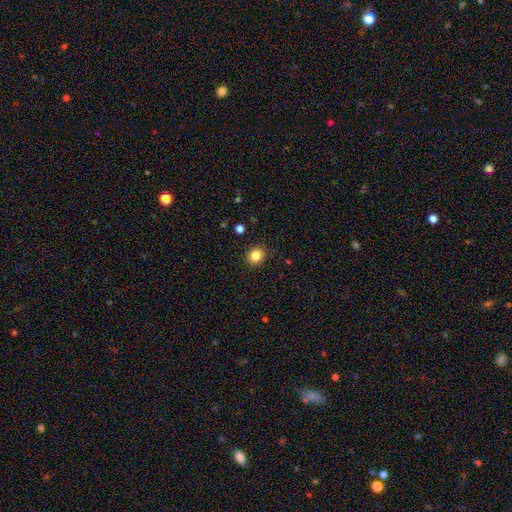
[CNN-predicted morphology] Smooth or featured?
  - smooth: 85% *
  - star or artifact: 11%
  - featured or disk: 5%
How rounded?
  - round: 72% *
  - in between: 27%
  - cigar-shaped: 1%
Merging?
  - none: 90% *
  - minor disturbance: 7%
  - major disturbance: 2%
  - merger: 1%